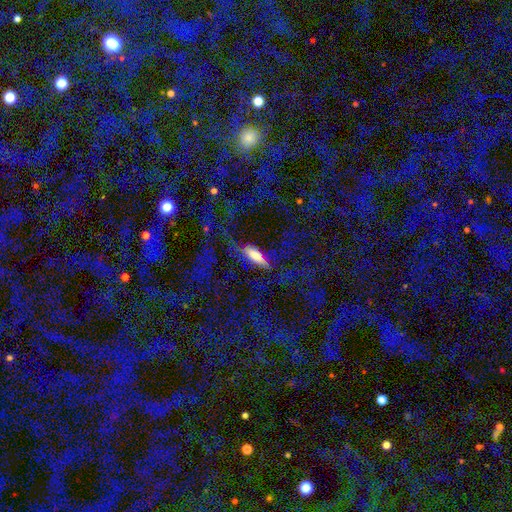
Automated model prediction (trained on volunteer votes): Smooth or featured?
  - smooth: 57% *
  - featured or disk: 30%
  - star or artifact: 12%
How rounded?
  - cigar-shaped: 50% *
  - in between: 46%
  - round: 4%
Merging?
  - none: 59% *
  - minor disturbance: 18%
  - major disturbance: 18%
  - merger: 4%